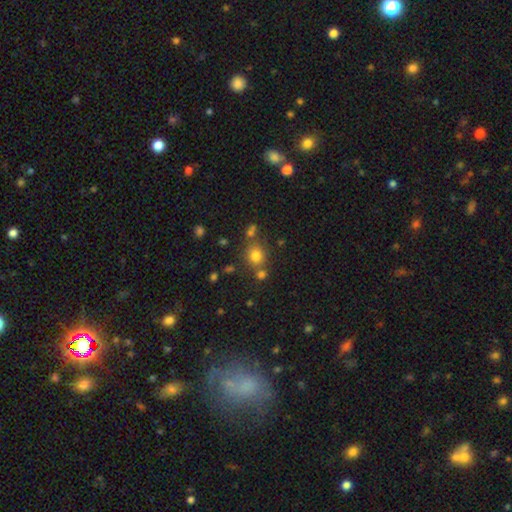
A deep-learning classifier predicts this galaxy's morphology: type=smooth (77%); roundness=round (79%); merging=none (70%).